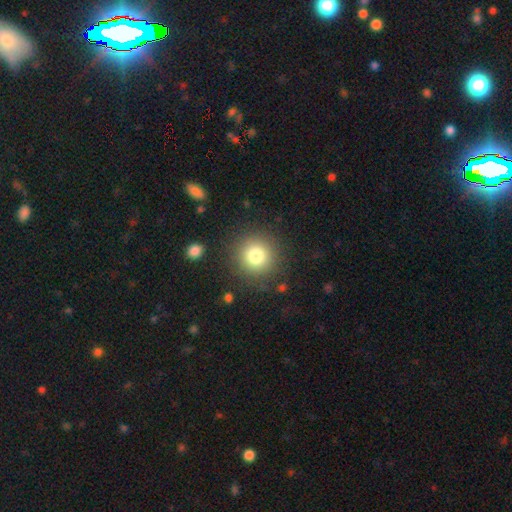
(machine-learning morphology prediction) The model was most divided on "smooth or featured": smooth: 79%, star or artifact: 12%, featured or disk: 9%. More confident: how rounded — round (94%); merging — none (87%).